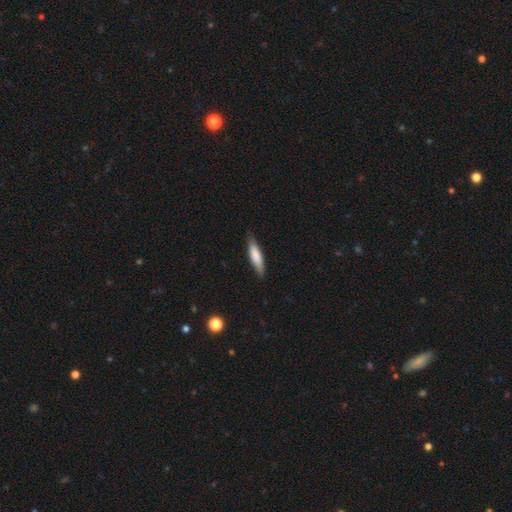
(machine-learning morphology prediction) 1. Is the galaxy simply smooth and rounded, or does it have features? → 76% smooth, 18% featured or disk, 5% star or artifact.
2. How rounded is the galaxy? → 72% cigar-shaped, 26% in between, 1% round.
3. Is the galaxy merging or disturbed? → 83% none, 14% minor disturbance, 2% major disturbance, 1% merger.